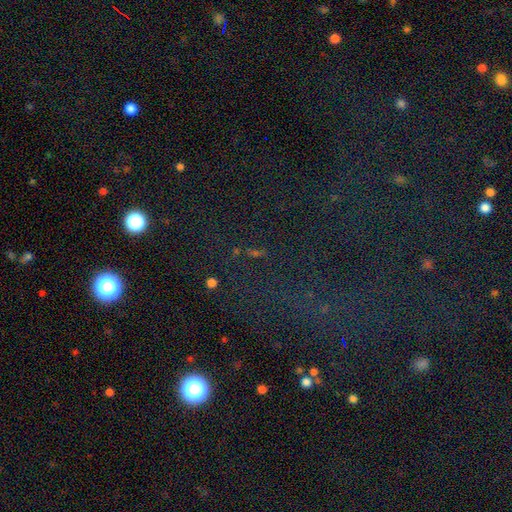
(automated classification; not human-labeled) Smooth or featured? star or artifact (73%)